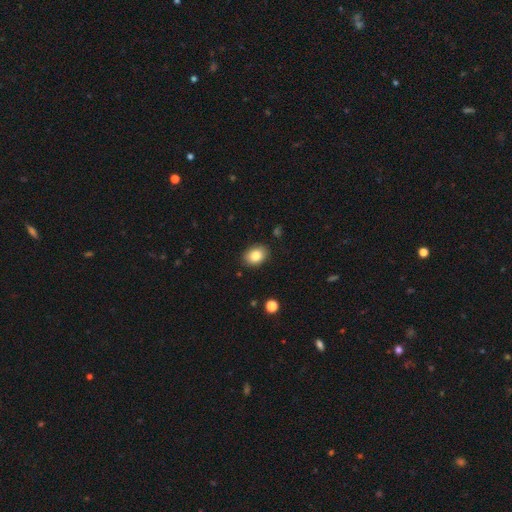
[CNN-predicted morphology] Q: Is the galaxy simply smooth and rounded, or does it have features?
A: smooth — 84%.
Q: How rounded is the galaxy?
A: in between — 70%.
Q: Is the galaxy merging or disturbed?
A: none — 88%.